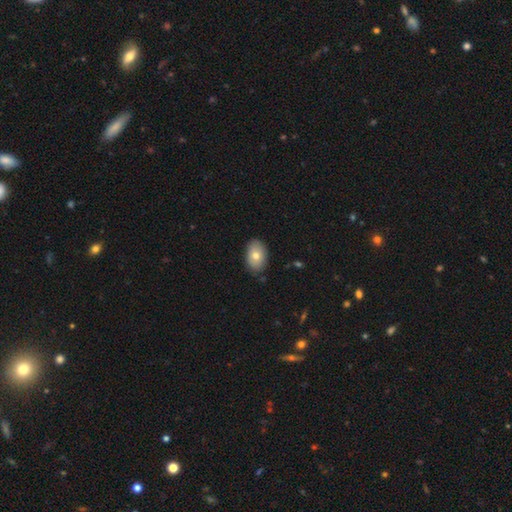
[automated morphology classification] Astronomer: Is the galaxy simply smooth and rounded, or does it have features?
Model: smooth — 75%.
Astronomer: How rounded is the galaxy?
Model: in between — 87%.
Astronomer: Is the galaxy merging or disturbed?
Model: none — 85%.